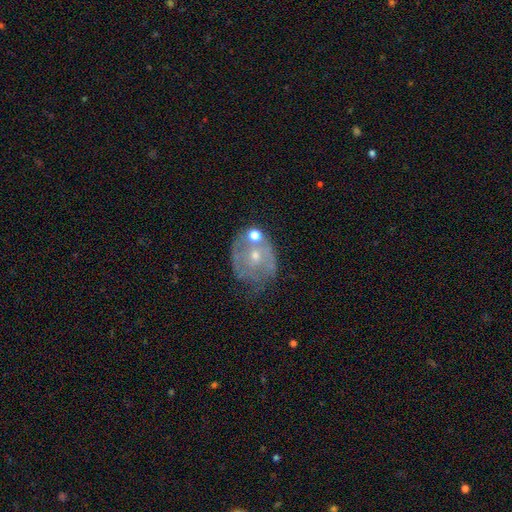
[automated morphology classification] Smooth or featured?
  - featured or disk: 61% *
  - smooth: 29%
  - star or artifact: 10%
Edge-on disk?
  - no: 97% *
  - yes: 3%
Bar?
  - no: 76% *
  - weak: 19%
  - strong: 4%
Spiral arms?
  - yes: 53% *
  - no: 47%
Bulge size?
  - small: 56% *
  - moderate: 38%
  - none: 3%
  - large: 2%
  - dominant: 1%
Merging?
  - none: 42% *
  - minor disturbance: 26%
  - merger: 16%
  - major disturbance: 16%